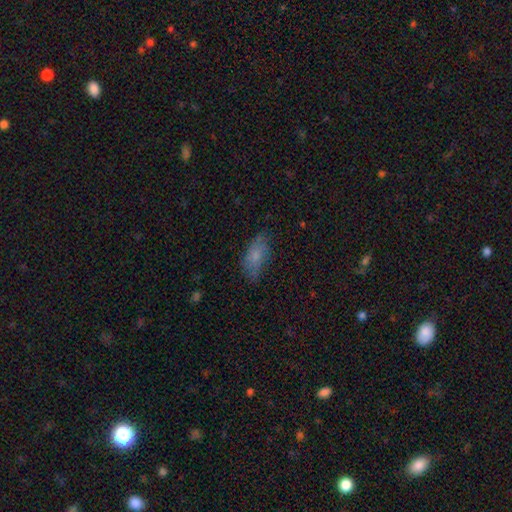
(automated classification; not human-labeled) Smooth or featured: smooth — 74% (featured or disk — 17%)
How rounded: in between — 84% (cigar-shaped — 13%)
Merging: none — 71% (minor disturbance — 22%)